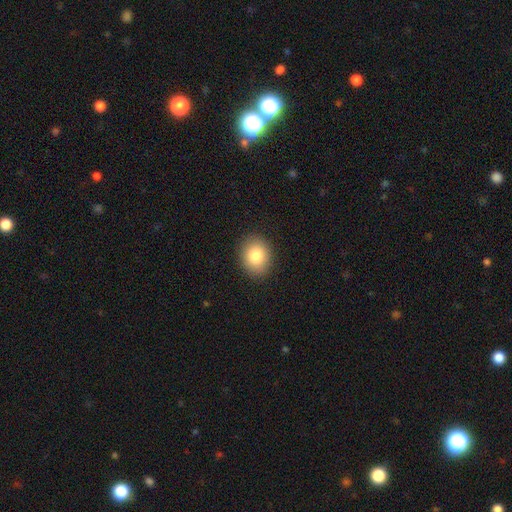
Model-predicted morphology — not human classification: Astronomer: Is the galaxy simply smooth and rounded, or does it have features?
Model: smooth — 83%.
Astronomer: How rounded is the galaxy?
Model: round — 54% (runner-up: in between, 45%).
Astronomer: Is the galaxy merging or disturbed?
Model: none — 90%.